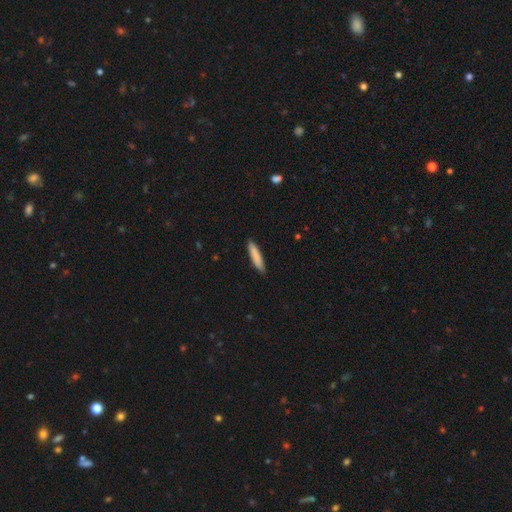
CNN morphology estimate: type=smooth (84%); roundness=cigar-shaped (86%); merging=none (88%).